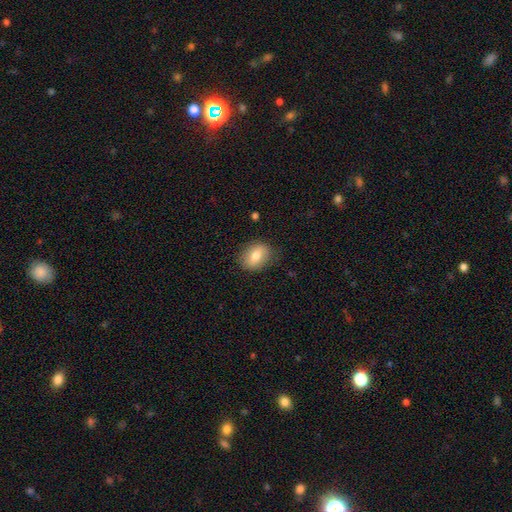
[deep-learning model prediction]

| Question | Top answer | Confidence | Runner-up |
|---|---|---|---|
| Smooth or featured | smooth | 72% | featured or disk (20%) |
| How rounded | in between | 67% | round (32%) |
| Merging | none | 82% | minor disturbance (14%) |